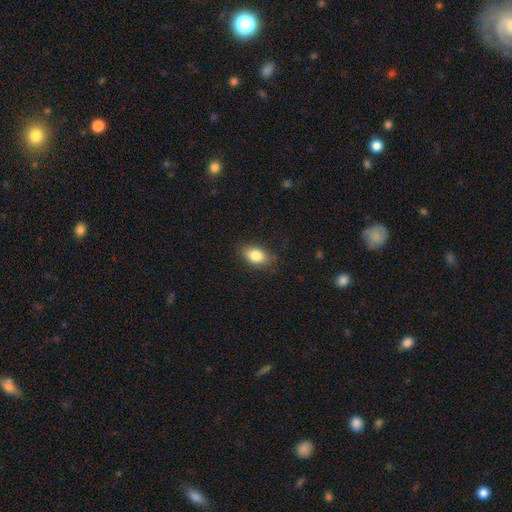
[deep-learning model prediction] A smooth galaxy with no disk features (82%) that is in between round and cigar-shaped (82%). Merging: none (77%).